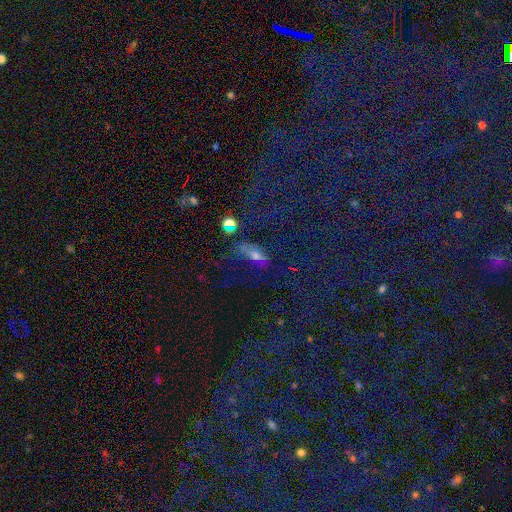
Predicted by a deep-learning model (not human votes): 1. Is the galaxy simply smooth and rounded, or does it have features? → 46% smooth, 30% star or artifact, 24% featured or disk.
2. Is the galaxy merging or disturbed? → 54% none, 21% minor disturbance, 17% major disturbance, 8% merger.